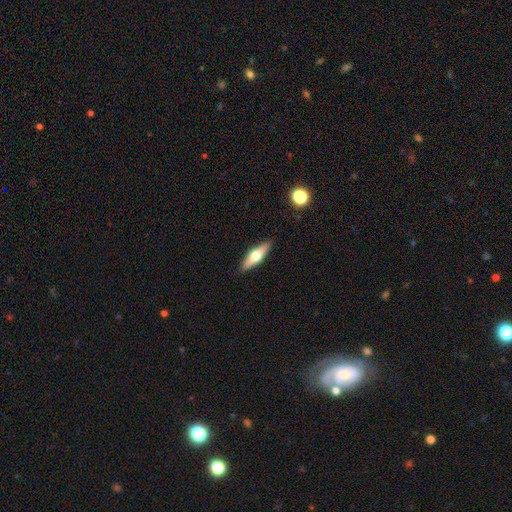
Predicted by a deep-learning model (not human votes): Overall: featured or disk (51%; smooth 43%). Edge-on disk: yes (92%). Merging: none (90%).